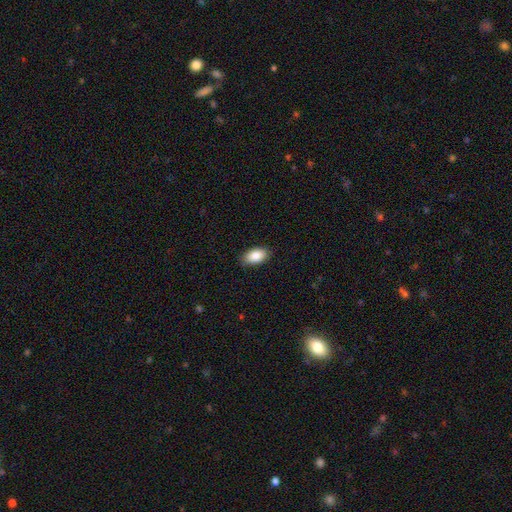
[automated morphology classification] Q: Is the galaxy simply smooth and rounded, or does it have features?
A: smooth — 87%.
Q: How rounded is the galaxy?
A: in between — 93%.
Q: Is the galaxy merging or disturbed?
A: none — 85%.